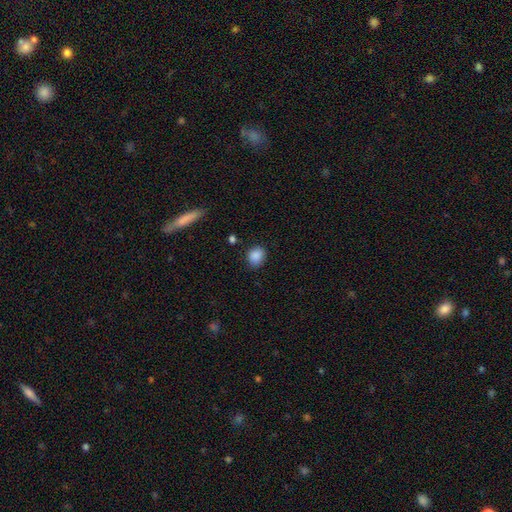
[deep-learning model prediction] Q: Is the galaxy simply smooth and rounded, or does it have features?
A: smooth — 88%.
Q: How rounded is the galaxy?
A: round — 61%.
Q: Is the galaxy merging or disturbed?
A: none — 80%.